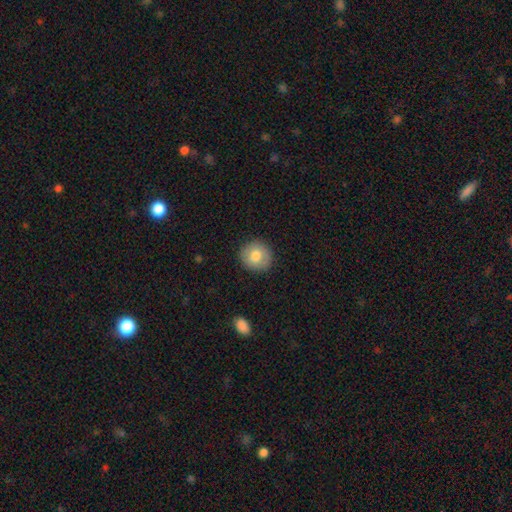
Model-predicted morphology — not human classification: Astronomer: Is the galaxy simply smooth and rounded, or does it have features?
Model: smooth — 79%.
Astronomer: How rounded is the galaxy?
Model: round — 91%.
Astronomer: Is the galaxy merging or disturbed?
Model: none — 89%.